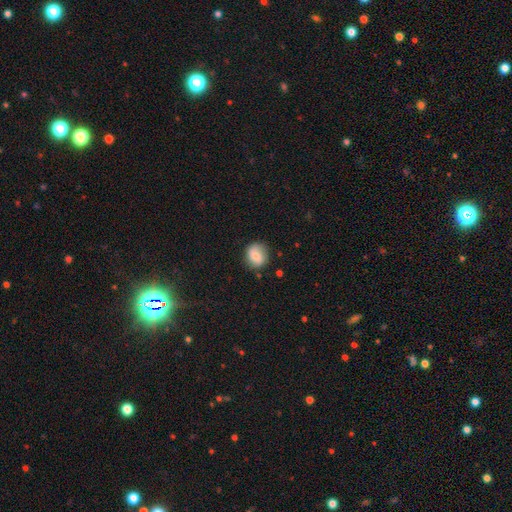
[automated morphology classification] smooth_or_featured: smooth (p=0.68) [alt: featured or disk p=0.23]
how_rounded: round (p=0.76) [alt: in between p=0.23]
merging: none (p=0.78) [alt: minor disturbance p=0.16]